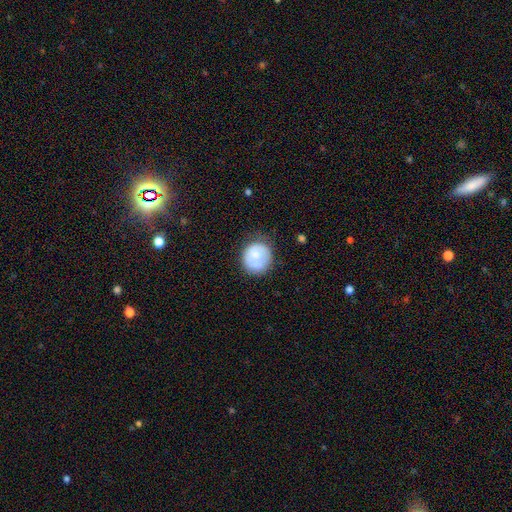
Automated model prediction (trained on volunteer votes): smooth-or-featured: smooth: 67% | featured or disk: 26% | star or artifact: 7%
  how-rounded: round: 84% | in between: 15% | cigar-shaped: 1%
  merging: none: 66% | minor disturbance: 24% | major disturbance: 9% | merger: 2%